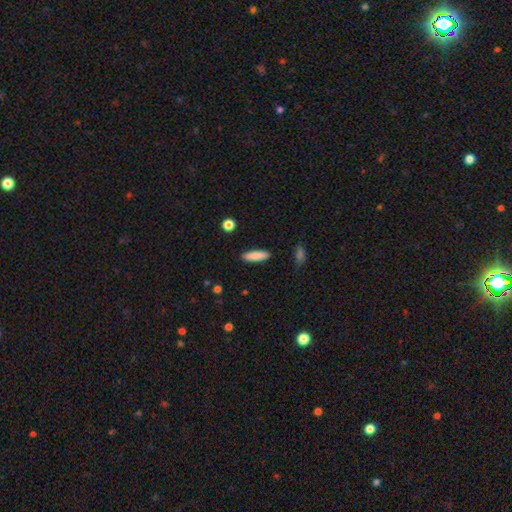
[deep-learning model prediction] This appears to be a smooth galaxy with no disk features (86%) that is cigar-shaped (65%). Merging: none (89%).